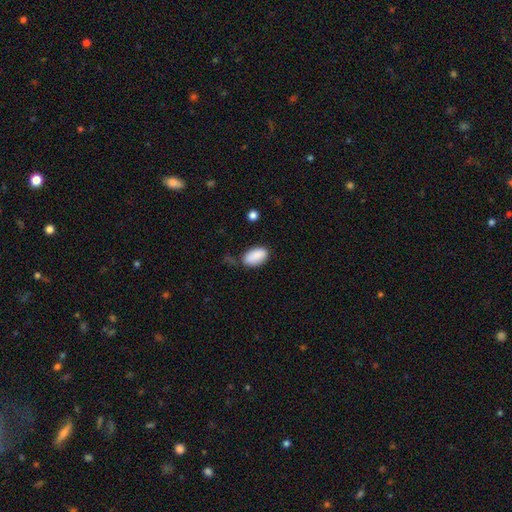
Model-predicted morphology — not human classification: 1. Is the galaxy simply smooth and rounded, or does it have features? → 88% smooth, 7% star or artifact, 5% featured or disk.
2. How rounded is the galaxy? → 94% in between, 4% round, 2% cigar-shaped.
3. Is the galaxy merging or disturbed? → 64% none, 25% minor disturbance, 6% major disturbance, 5% merger.